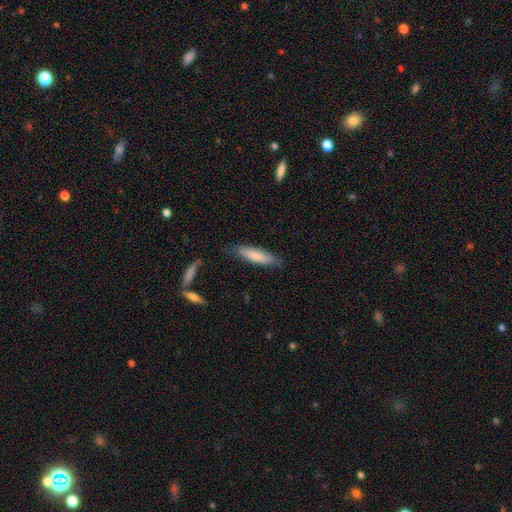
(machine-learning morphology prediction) Overall: smooth (78%). How rounded: cigar-shaped (68%; in between 30%). Merging: none (77%).